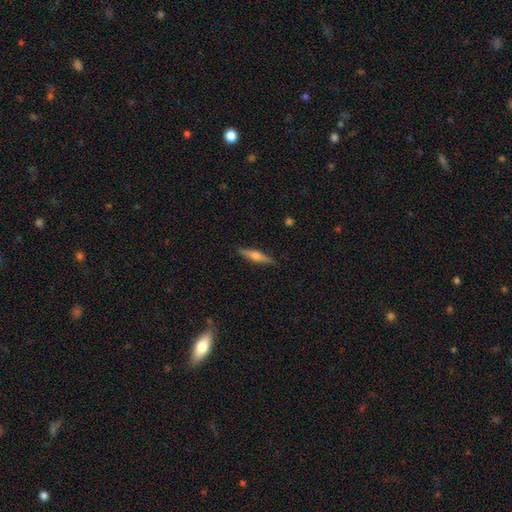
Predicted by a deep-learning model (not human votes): This appears to be a featured or disk galaxy (57%) viewed edge-on (96%) with a rounded central bulge (88%). Merging: none (90%).